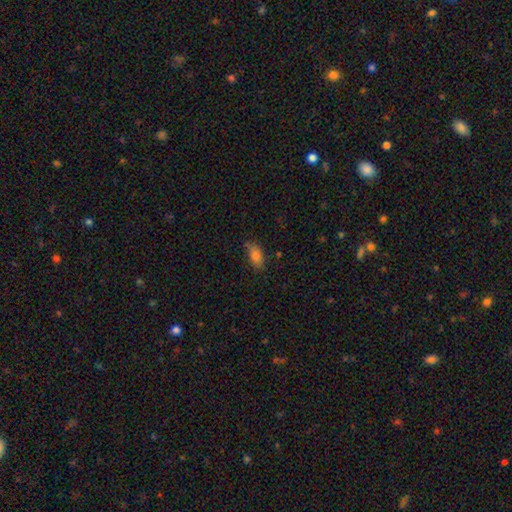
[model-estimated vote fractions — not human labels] smooth_or_featured: smooth (p=0.80) [alt: featured or disk p=0.10]
how_rounded: in between (p=0.87) [alt: cigar-shaped p=0.08]
merging: none (p=0.65) [alt: minor disturbance p=0.26]